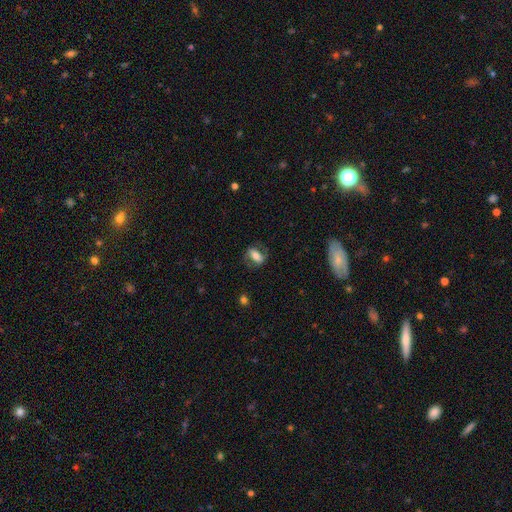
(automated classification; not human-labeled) Smooth or featured?
  - featured or disk: 48% *
  - smooth: 44%
  - star or artifact: 8%
Merging?
  - none: 69% *
  - minor disturbance: 18%
  - major disturbance: 12%
  - merger: 1%